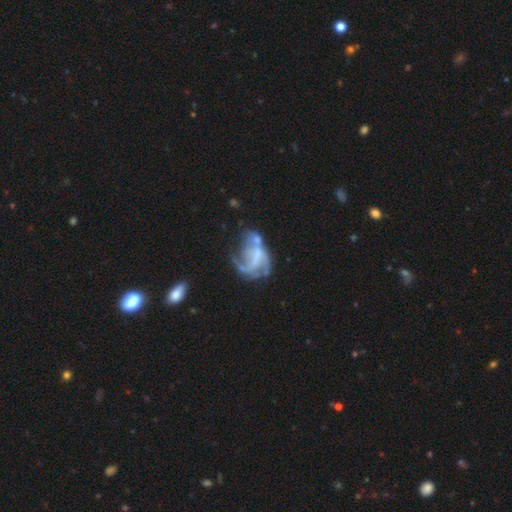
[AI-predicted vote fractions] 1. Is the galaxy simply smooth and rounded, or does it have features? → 67% featured or disk, 23% smooth, 11% star or artifact.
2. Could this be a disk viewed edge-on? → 97% no, 3% yes.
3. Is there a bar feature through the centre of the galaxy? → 54% no, 30% weak, 16% strong.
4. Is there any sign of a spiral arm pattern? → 57% yes, 43% no.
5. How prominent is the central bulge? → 59% none, 21% small, 14% moderate, 4% large, 2% dominant.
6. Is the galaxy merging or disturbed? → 40% major disturbance, 26% none, 18% minor disturbance, 17% merger.